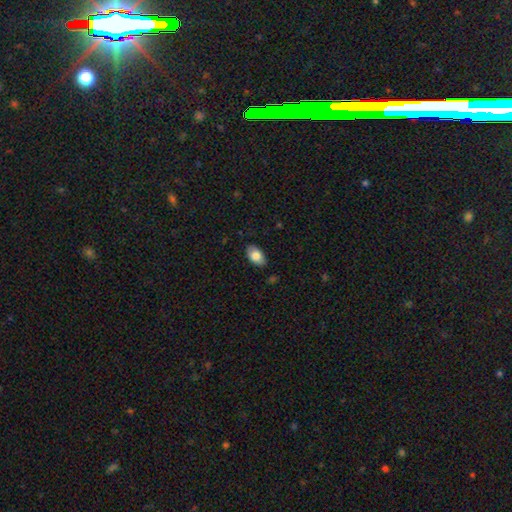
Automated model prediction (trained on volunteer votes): smooth 82%, featured or disk 11%, star or artifact 7%. Down the decision tree: how rounded — in between (92%); merging — none (84%).